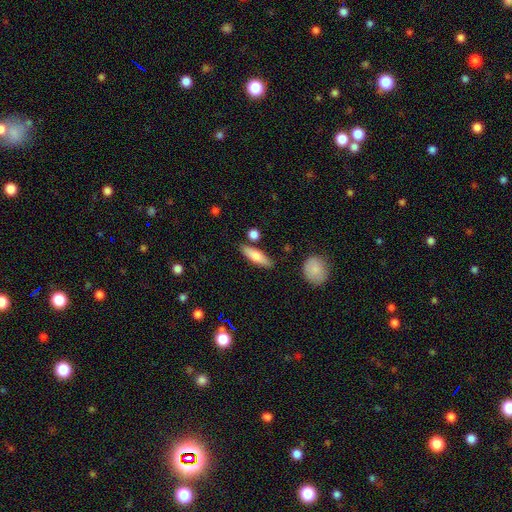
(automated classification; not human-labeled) A smooth galaxy with no disk features (72%) that is cigar-shaped (58%). Merging: none (80%).